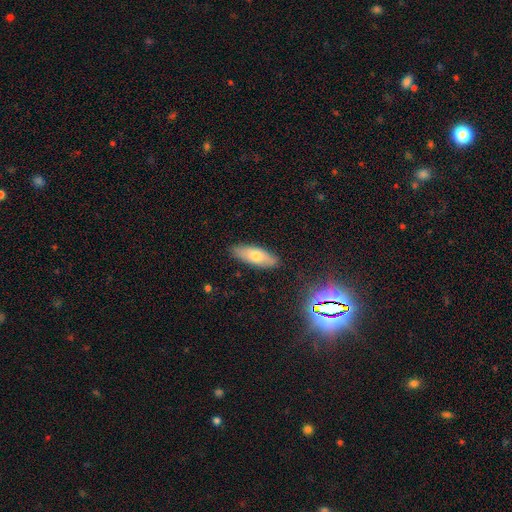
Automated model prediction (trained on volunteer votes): Q: Smooth or featured?
A: smooth (69%); runner-up: featured or disk (23%)
Q: How rounded?
A: in between (66%); runner-up: cigar-shaped (32%)
Q: Merging?
A: none (85%); runner-up: minor disturbance (11%)